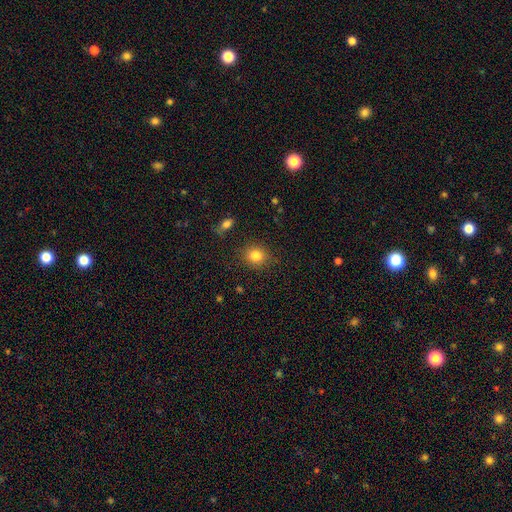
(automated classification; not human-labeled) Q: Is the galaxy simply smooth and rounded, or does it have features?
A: smooth — 83%.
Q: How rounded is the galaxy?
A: round — 78%.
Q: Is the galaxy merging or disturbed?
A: none — 85%.